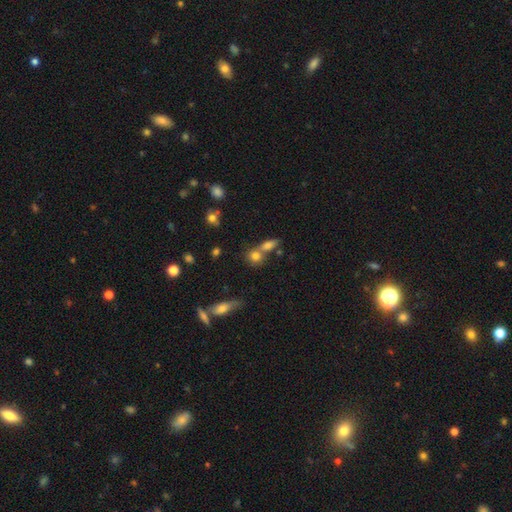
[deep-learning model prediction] This appears to be a smooth galaxy with no disk features (74%) that is round (59%). Merging: none (45%).